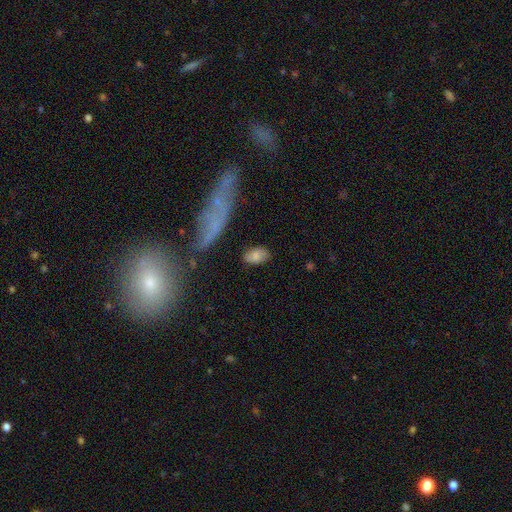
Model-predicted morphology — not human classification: This is clearly a smooth galaxy (80%). How rounded: clearly in between (92%). Merging: likely none (78%).